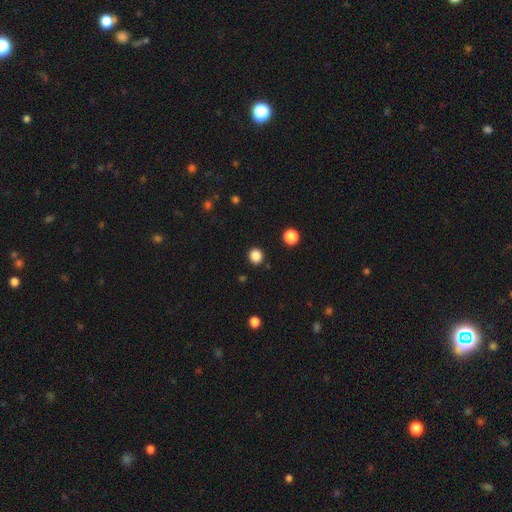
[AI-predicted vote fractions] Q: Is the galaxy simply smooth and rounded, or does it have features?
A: smooth — 85%.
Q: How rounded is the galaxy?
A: round — 87%.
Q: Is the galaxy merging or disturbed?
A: none — 90%.